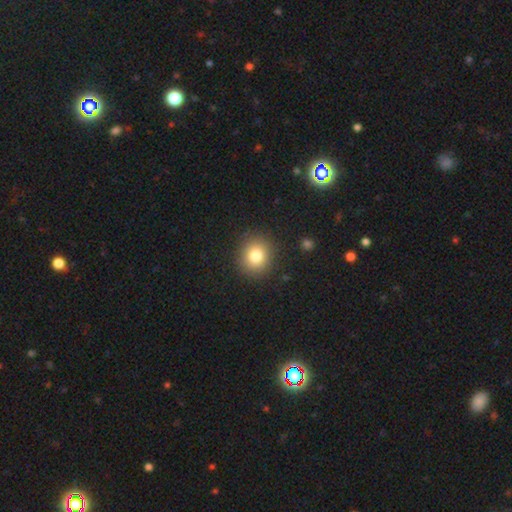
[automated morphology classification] smooth 81%, star or artifact 11%, featured or disk 8%. Down the decision tree: how rounded — round (81%); merging — none (89%).